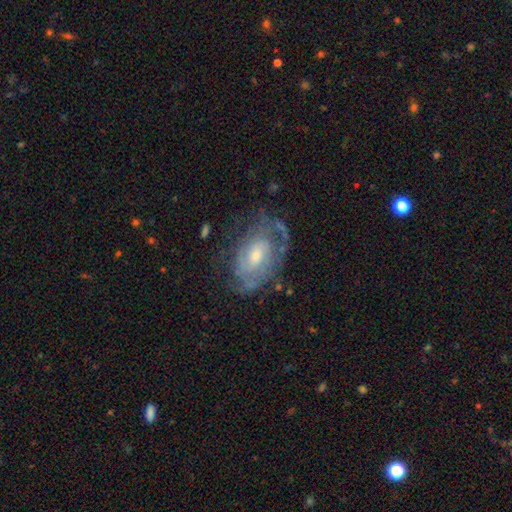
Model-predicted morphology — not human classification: This appears to be a featured or disk galaxy (74%) with no bar (59%), tight (52%) spiral arms (77%) and a moderate central bulge (54%). Merging: none (57%).